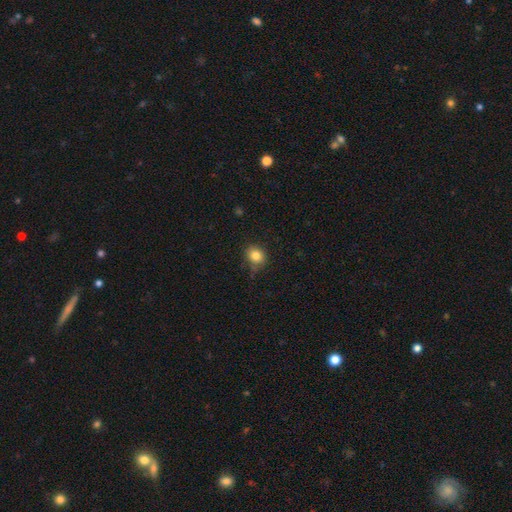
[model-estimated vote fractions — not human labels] The model was most divided on "how rounded": round: 67%, in between: 32%, cigar-shaped: 1%. More confident: smooth or featured — smooth (82%); merging — none (77%).